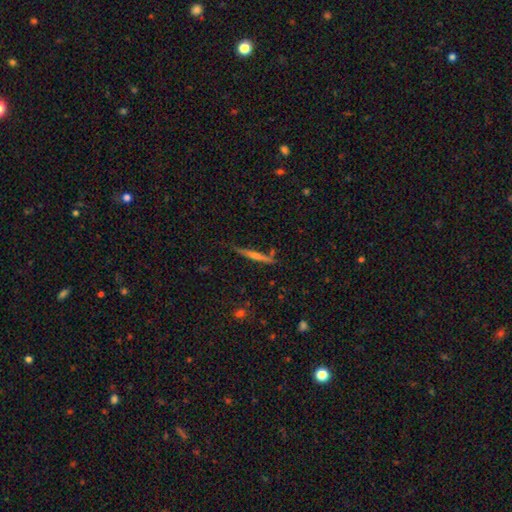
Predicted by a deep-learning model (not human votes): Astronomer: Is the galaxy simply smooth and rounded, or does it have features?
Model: featured or disk — 58%.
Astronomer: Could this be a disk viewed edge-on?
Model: yes — 96%.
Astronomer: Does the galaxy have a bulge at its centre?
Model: rounded — 57% (runner-up: none, 34%).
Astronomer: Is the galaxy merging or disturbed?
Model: none — 76%.